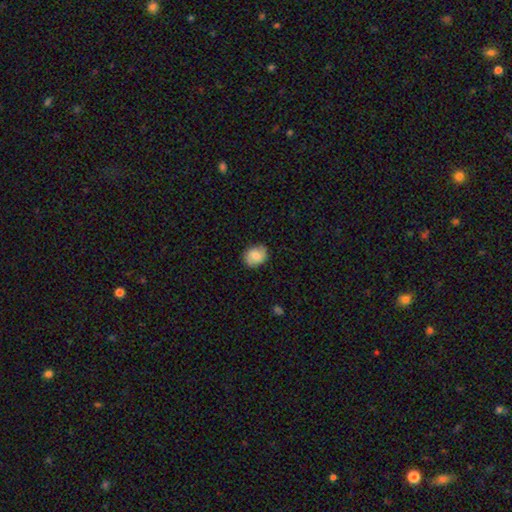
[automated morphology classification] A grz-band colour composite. It shows a smooth galaxy with no disk features (69%) that is in between round and cigar-shaped (55%). Merging: none (82%).